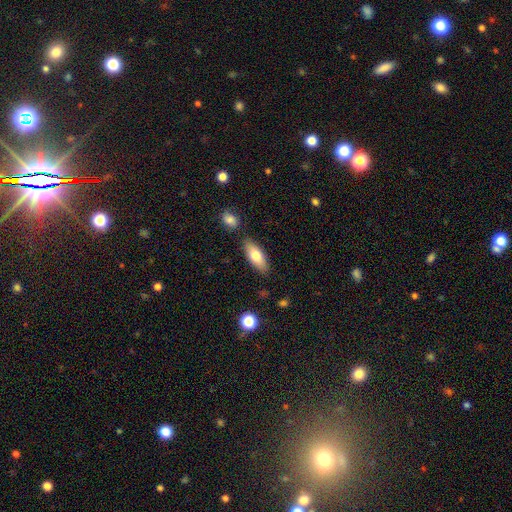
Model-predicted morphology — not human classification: smooth_or_featured: smooth (p=0.75) [alt: featured or disk p=0.19]
how_rounded: in between (p=0.76) [alt: cigar-shaped p=0.22]
merging: none (p=0.82) [alt: minor disturbance p=0.11]